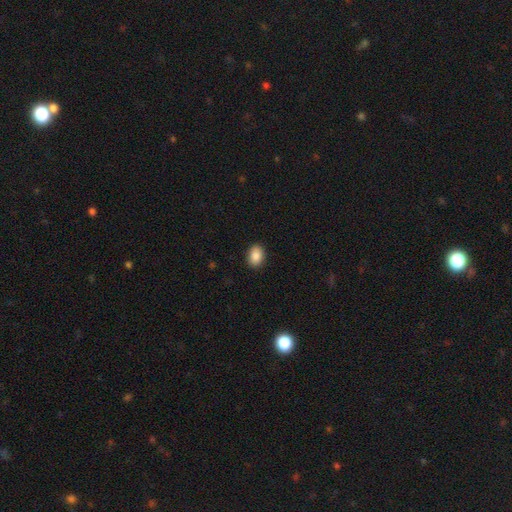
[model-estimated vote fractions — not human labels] The model was most divided on "how rounded": in between: 76%, round: 22%, cigar-shaped: 1%. More confident: merging — none (90%); smooth or featured — smooth (88%).